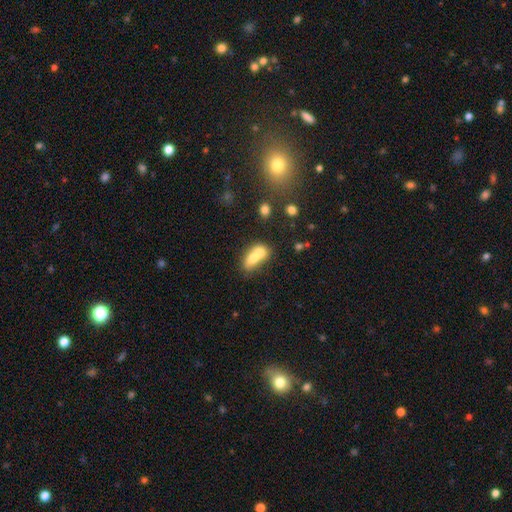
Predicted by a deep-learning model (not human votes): A smooth galaxy with no disk features (68%) that is in between round and cigar-shaped (72%).

Vote fractions:
- Smooth or featured? smooth: 68% / featured or disk: 23% / star or artifact: 9%
- How rounded? in between: 72% / round: 21% / cigar-shaped: 7%
- Merging? merger: 70% / none: 19% / minor disturbance: 7% / major disturbance: 4%